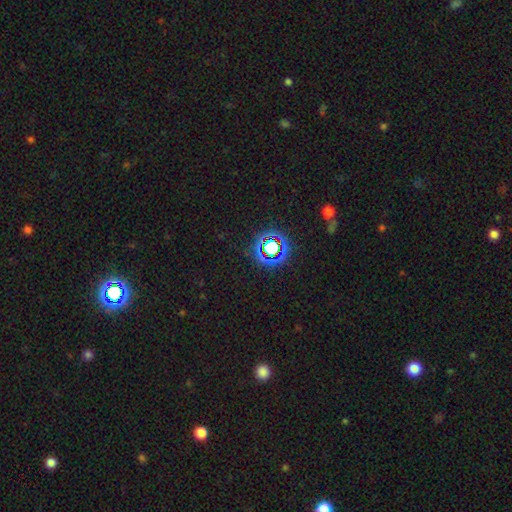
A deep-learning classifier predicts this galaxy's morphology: Overall: star or artifact (60%; smooth 32%).